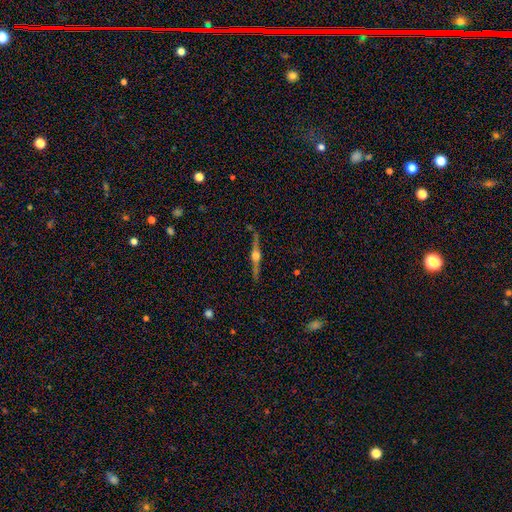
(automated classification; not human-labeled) Morphology: type=featured or disk (84%); edge-on=yes (98%); edge-on bulge=rounded (92%); merging=none (87%).